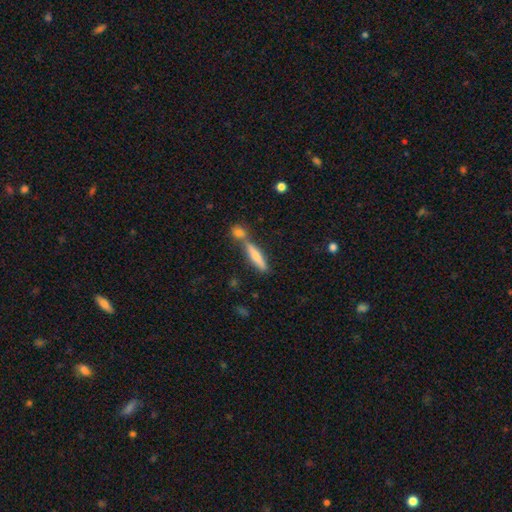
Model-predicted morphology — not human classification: This appears to be a smooth galaxy with no disk features (56%) that is cigar-shaped (86%). Merging: none (64%).